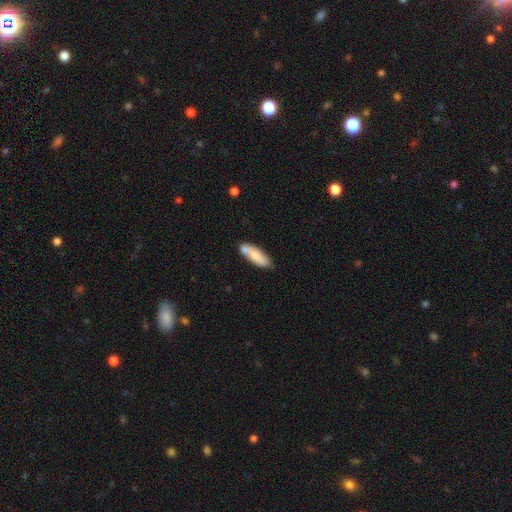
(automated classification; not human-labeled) The model was most divided on "how rounded": in between: 52%, cigar-shaped: 47%, round: 2%. More confident: smooth or featured — smooth (75%); merging — none (63%).